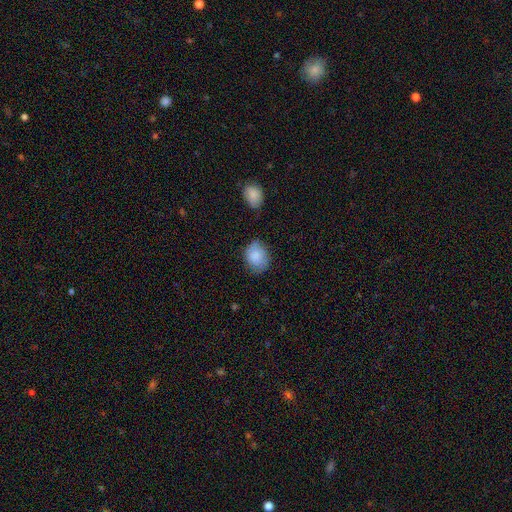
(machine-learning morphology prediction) smooth 83%, featured or disk 10%, star or artifact 7%. Down the decision tree: how rounded — in between (51%); merging — none (62%).